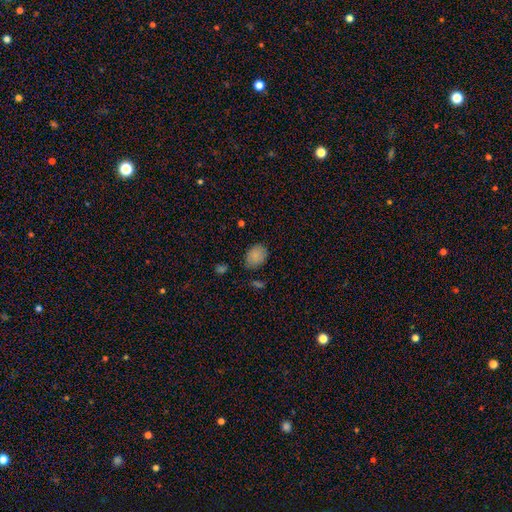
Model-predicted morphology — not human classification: The model was most divided on "how rounded": in between: 72%, round: 27%, cigar-shaped: 1%. More confident: smooth or featured — smooth (83%); merging — none (72%).